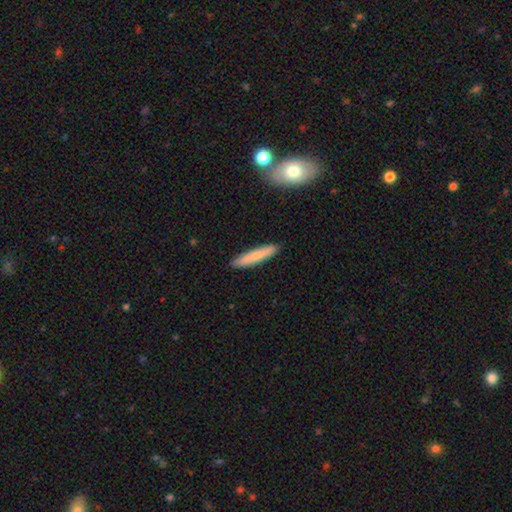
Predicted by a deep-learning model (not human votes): The model was most divided on "smooth or featured": smooth: 69%, featured or disk: 25%, star or artifact: 6%. More confident: merging — none (89%); how rounded — cigar-shaped (88%).